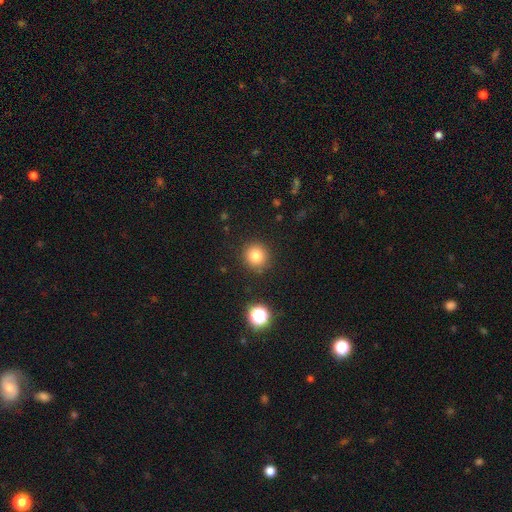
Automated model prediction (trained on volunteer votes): A smooth galaxy with no disk features (80%) that is round (93%). Merging: none (90%).